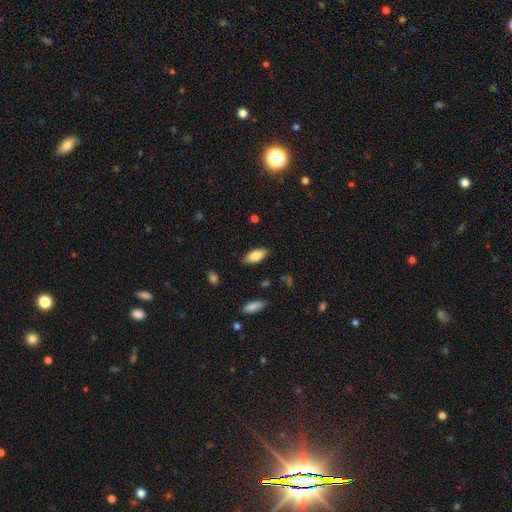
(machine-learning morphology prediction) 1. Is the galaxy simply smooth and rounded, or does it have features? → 82% smooth, 11% featured or disk, 7% star or artifact.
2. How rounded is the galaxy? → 86% in between, 12% cigar-shaped, 2% round.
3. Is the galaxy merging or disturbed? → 85% none, 11% minor disturbance, 2% major disturbance, 1% merger.